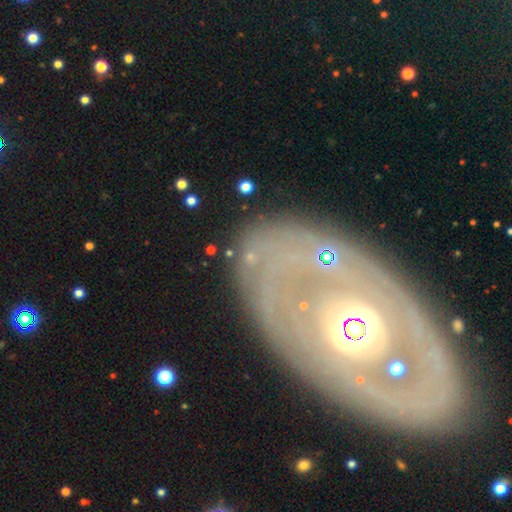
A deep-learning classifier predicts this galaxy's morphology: type=featured or disk (48%); merging=none (67%).